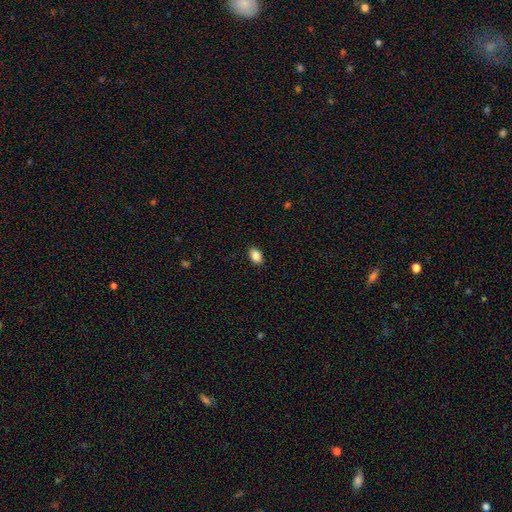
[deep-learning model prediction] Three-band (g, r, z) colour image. It shows a smooth galaxy with no disk features (86%) that is in between round and cigar-shaped (87%). Merging: none (89%).